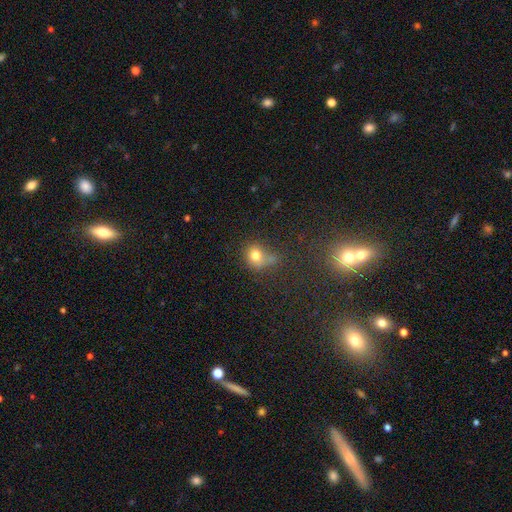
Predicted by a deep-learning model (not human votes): Smooth or featured: smooth — 75% (star or artifact — 15%)
How rounded: round — 68% (in between — 30%)
Merging: none — 43% (minor disturbance — 22%)